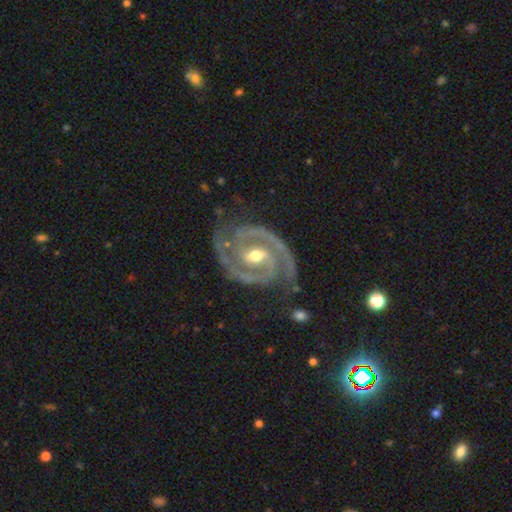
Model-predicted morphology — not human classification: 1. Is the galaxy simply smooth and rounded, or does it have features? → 93% featured or disk, 4% star or artifact, 3% smooth.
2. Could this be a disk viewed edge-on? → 98% no, 2% yes.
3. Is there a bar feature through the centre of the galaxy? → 46% weak, 33% strong, 20% no.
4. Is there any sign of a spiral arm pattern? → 98% yes, 2% no.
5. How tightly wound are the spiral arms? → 53% tight, 42% medium, 6% loose.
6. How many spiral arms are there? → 90% 2, 4% 3, 2% can't tell, 2% 1, 1% 4, 1% more than 4.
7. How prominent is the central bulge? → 72% moderate, 22% small, 4% large, 1% none, 1% dominant.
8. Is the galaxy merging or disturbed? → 76% none, 17% minor disturbance, 5% major disturbance, 2% merger.